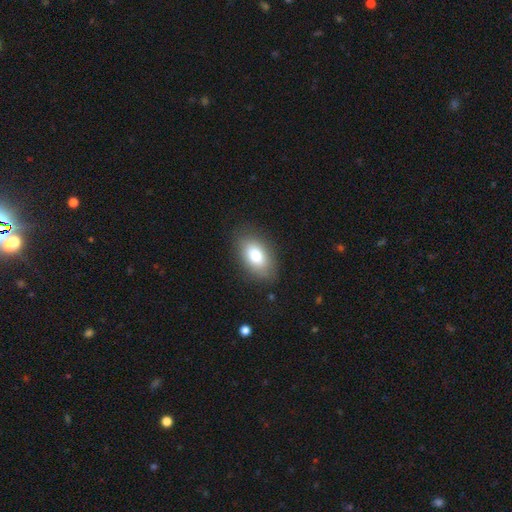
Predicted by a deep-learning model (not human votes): The model was most divided on "smooth or featured": smooth: 79%, featured or disk: 13%, star or artifact: 8%. More confident: how rounded — in between (91%); merging — none (83%).